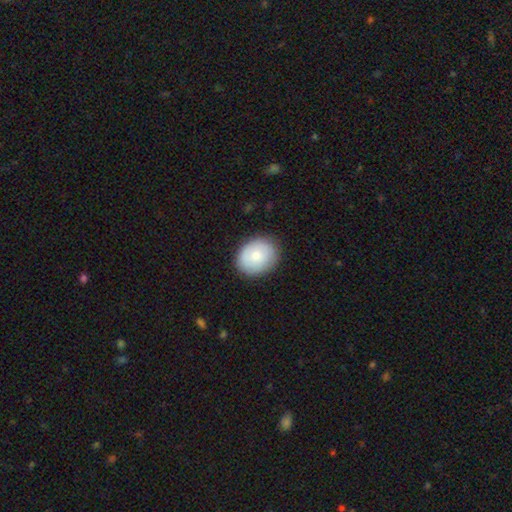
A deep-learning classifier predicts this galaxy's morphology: Smooth or featured? Predicted: smooth (p=0.75). How rounded? Predicted: round (p=0.59). Merging? Predicted: none (p=0.84).